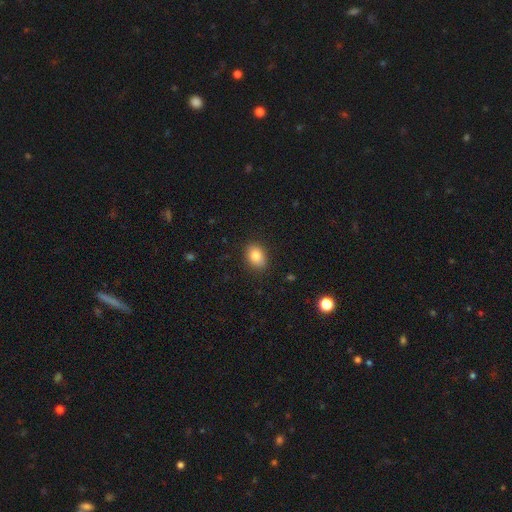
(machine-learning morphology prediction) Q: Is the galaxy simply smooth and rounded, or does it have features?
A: smooth — 83%.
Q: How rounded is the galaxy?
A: in between — 73%.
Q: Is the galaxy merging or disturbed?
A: none — 87%.